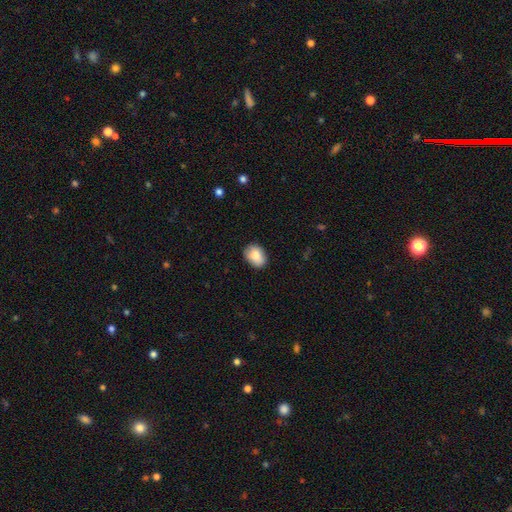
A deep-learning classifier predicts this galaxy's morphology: type=smooth (87%); roundness=in between (70%); merging=none (84%).